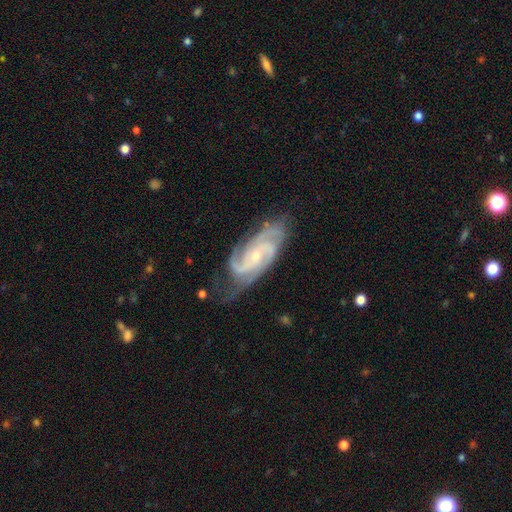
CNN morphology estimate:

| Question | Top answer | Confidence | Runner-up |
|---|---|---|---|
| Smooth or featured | featured or disk | 92% | star or artifact (5%) |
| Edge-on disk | no | 96% | yes (4%) |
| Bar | no | 58% | weak (31%) |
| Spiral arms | yes | 99% | no (1%) |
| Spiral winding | tight | 54% | medium (40%) |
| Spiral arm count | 3 | 46% | 2 (21%) |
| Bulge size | small | 71% | moderate (25%) |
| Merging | none | 71% | minor disturbance (21%) |